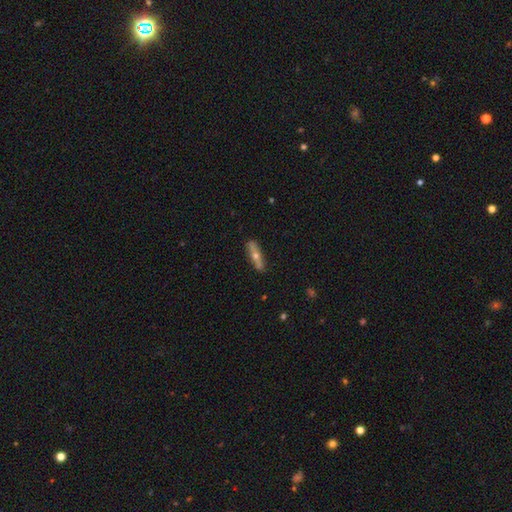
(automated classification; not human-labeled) Overall: featured or disk (56%; smooth 36%). Edge-on disk: yes (80%). Merging: none (84%).